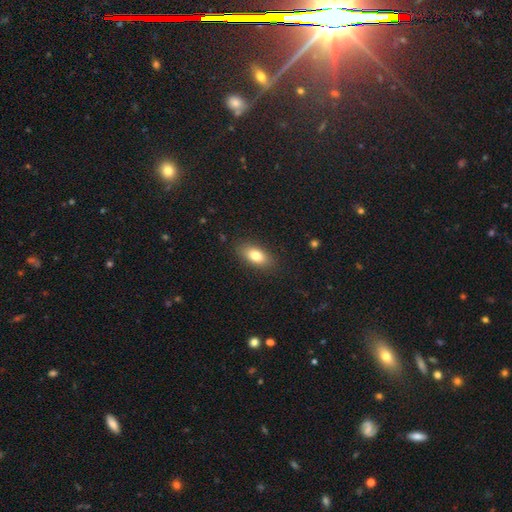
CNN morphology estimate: This appears to be a smooth galaxy with no disk features (79%) that is in between round and cigar-shaped (88%). Merging: none (87%).